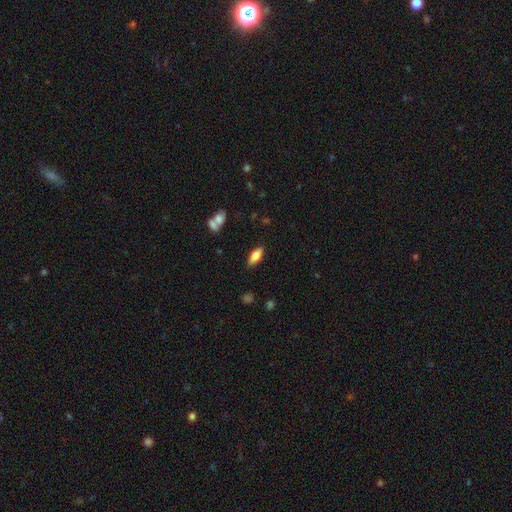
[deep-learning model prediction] Smooth or featured: smooth — 74% (featured or disk — 19%)
How rounded: in between — 76% (cigar-shaped — 21%)
Merging: none — 85% (minor disturbance — 10%)